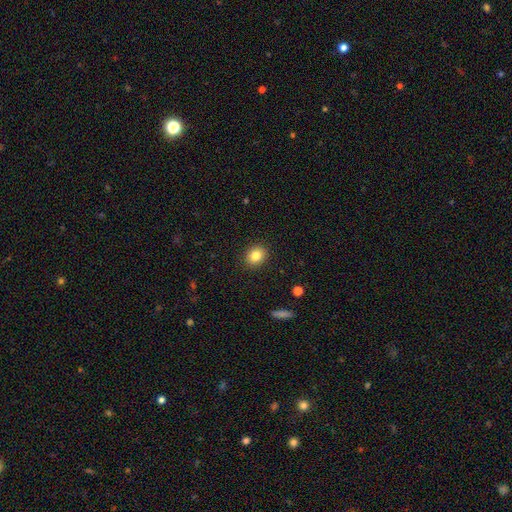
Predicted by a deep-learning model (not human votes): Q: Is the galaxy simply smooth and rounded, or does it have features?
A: smooth — 83%.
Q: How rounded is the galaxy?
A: round — 60%.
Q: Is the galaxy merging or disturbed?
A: none — 90%.